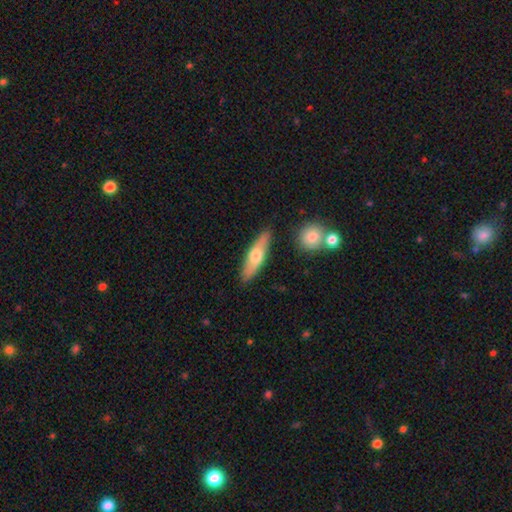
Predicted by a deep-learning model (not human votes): Smooth or featured? smooth (57%)
How rounded? cigar-shaped (65%)
Merging? none (86%)